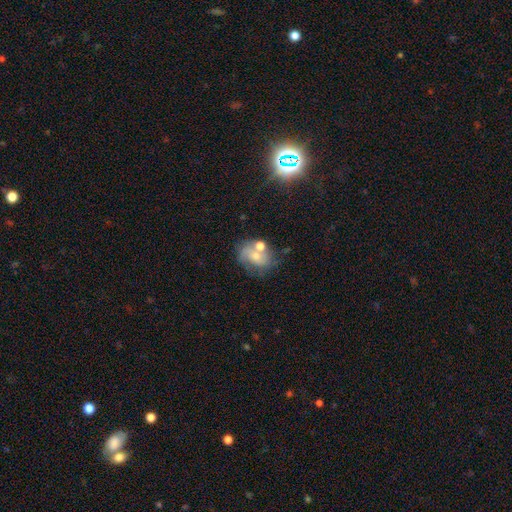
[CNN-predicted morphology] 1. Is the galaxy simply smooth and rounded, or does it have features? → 45% smooth, 43% featured or disk, 11% star or artifact.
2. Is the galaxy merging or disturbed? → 39% none, 26% merger, 21% minor disturbance, 14% major disturbance.